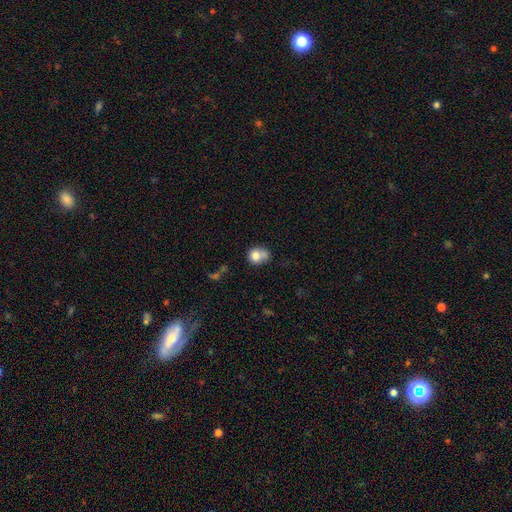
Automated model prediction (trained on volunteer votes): Smooth or featured? smooth (77%)
How rounded? round (66%)
Merging? none (40%)